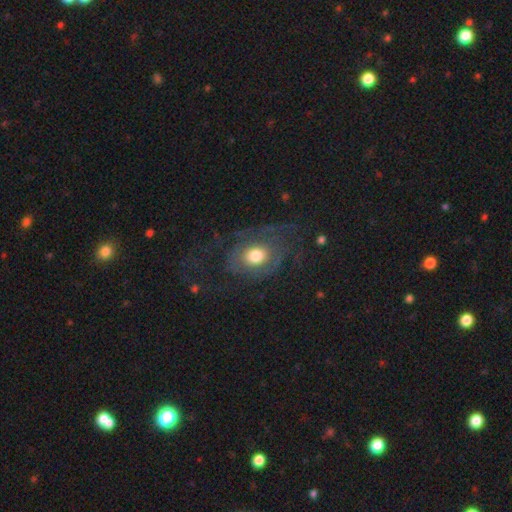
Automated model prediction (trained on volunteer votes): Smooth or featured? Predicted: featured or disk (p=0.60). Edge-on disk? Predicted: no (p=0.95). Bar? Predicted: no (p=0.84). Spiral arms? Predicted: yes (p=0.69). Bulge size? Predicted: moderate (p=0.57). Merging? Predicted: none (p=0.57).